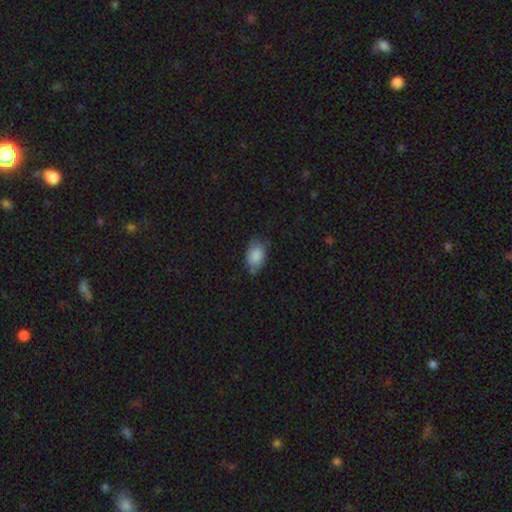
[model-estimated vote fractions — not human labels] Smooth or featured? smooth (84%)
How rounded? in between (86%)
Merging? none (63%)